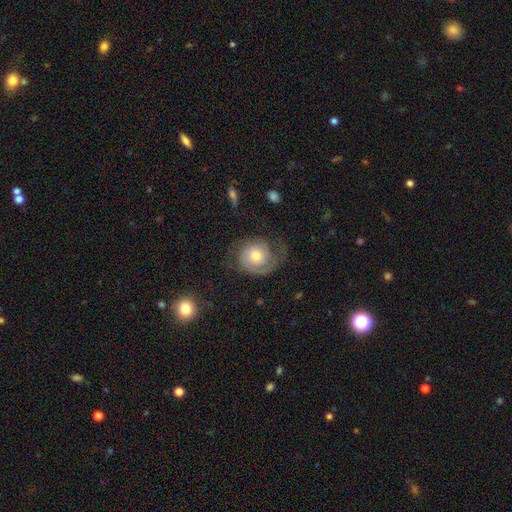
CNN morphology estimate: A featured or disk galaxy (68%) with no bar (78%), 2 (52%) tight (46%) spiral arms (91%) and a moderate central bulge (65%).

Vote fractions:
- Smooth or featured? featured or disk: 68% / smooth: 25% / star or artifact: 7%
- Edge-on disk? no: 97% / yes: 3%
- Bar? no: 78% / weak: 18% / strong: 3%
- Spiral arms? yes: 91% / no: 9%
- Spiral winding? tight: 46% / medium: 35% / loose: 19%
- Spiral arm count? 2: 52% / 1: 30% / can't tell: 11% / 3: 4% / 4: 2% / more than 4: 2%
- Bulge size? moderate: 65% / small: 24% / large: 8% / dominant: 1% / none: 1%
- Merging? none: 61% / minor disturbance: 19% / major disturbance: 19% / merger: 2%